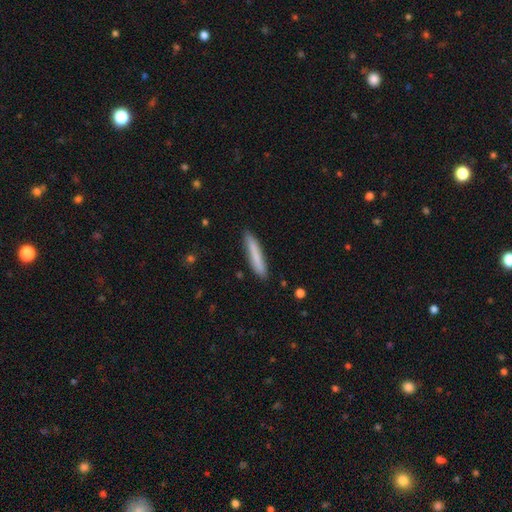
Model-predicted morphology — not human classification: Smooth or featured? smooth (78%)
How rounded? cigar-shaped (92%)
Merging? none (87%)